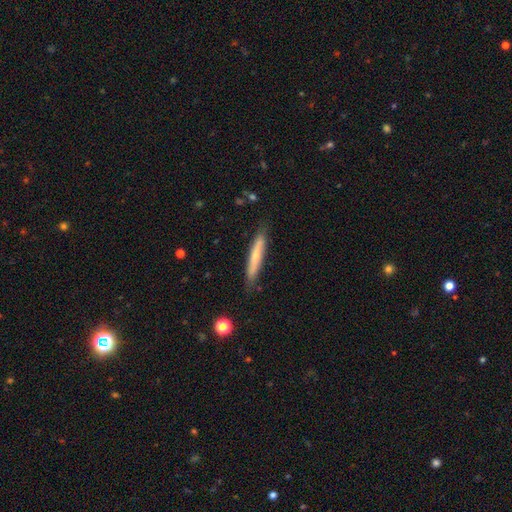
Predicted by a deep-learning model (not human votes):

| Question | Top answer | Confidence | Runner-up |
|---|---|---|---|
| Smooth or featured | smooth | 58% | featured or disk (36%) |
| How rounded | cigar-shaped | 93% | in between (6%) |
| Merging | none | 84% | minor disturbance (13%) |